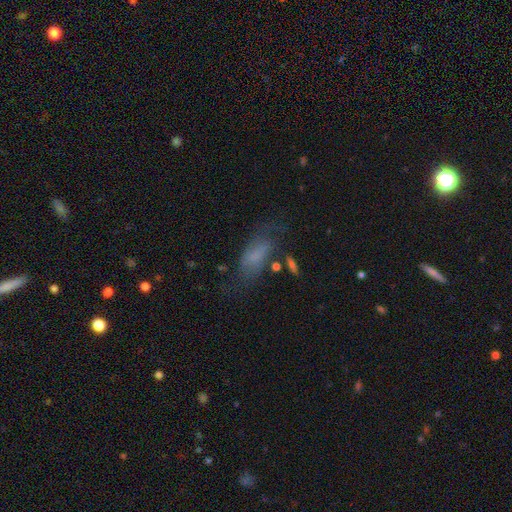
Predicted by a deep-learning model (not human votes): Overall: smooth (57%; featured or disk 30%). How rounded: in between (80%). Merging: none (48%; minor disturbance 25%).